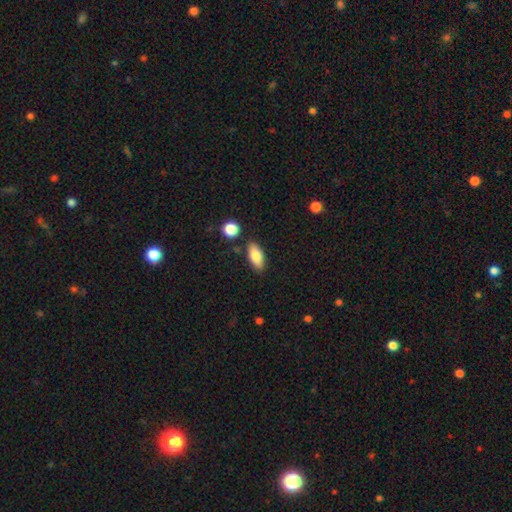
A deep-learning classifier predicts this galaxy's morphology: Q: Smooth or featured?
A: smooth (79%); runner-up: featured or disk (14%)
Q: How rounded?
A: in between (85%); runner-up: cigar-shaped (12%)
Q: Merging?
A: none (83%); runner-up: minor disturbance (10%)